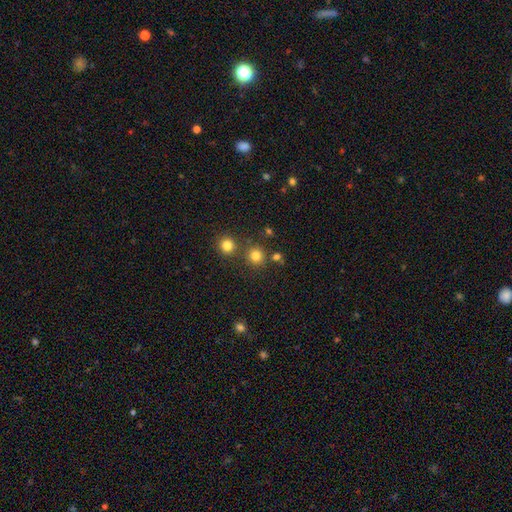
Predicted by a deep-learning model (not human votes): This is likely a smooth galaxy (79%). How rounded: clearly round (92%). Merging: likely none (78%).